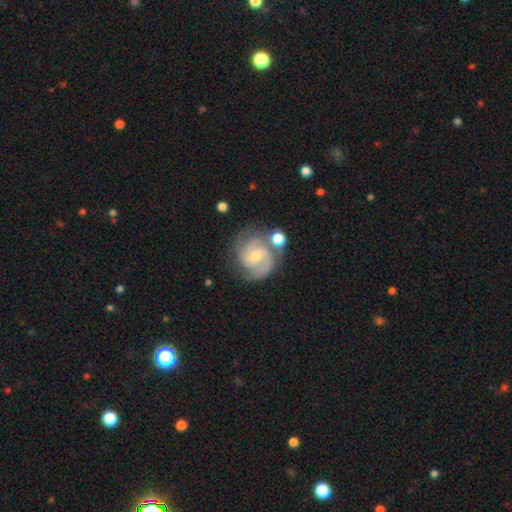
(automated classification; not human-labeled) featured or disk 85%, smooth 9%, star or artifact 6%. Down the decision tree: edge-on disk — no (98%); bar — weak (51%); spiral arms — yes (97%); spiral arm count — 2 (51%); spiral winding — medium (48%); bulge size — small (55%); merging — none (67%).